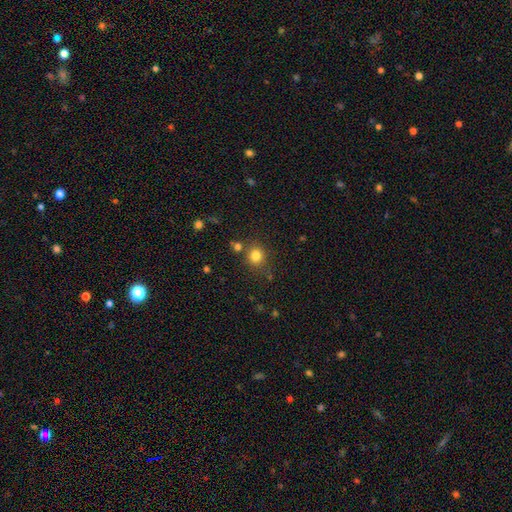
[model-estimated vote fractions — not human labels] smooth 81%, star or artifact 13%, featured or disk 6%. Down the decision tree: how rounded — round (84%); merging — none (76%).